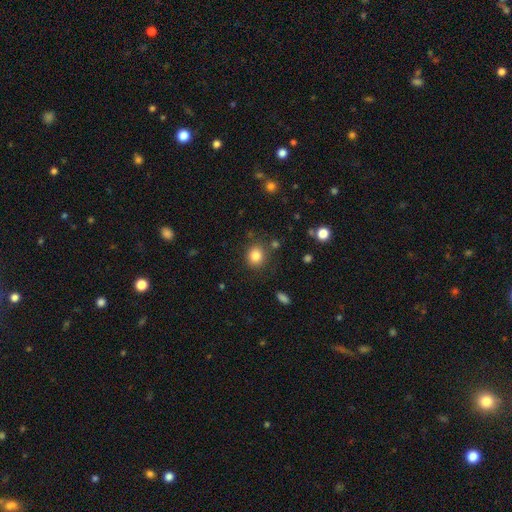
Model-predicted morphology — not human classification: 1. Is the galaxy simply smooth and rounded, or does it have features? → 83% smooth, 11% star or artifact, 6% featured or disk.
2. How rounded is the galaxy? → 81% round, 19% in between, 1% cigar-shaped.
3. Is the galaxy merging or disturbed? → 83% none, 10% minor disturbance, 4% merger, 4% major disturbance.